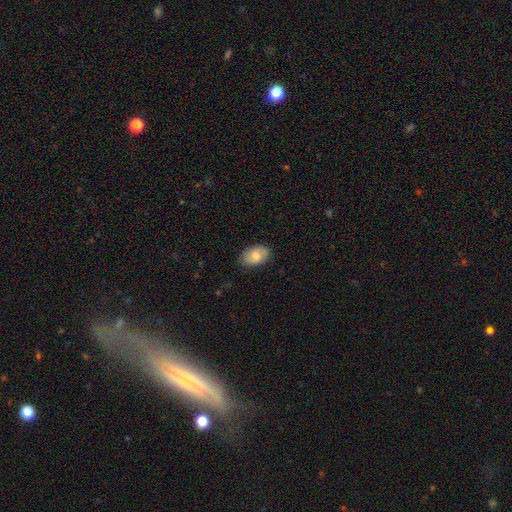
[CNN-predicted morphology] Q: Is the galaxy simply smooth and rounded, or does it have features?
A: smooth — 77%.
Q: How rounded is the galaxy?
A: in between — 88%.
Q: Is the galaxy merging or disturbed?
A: none — 81%.